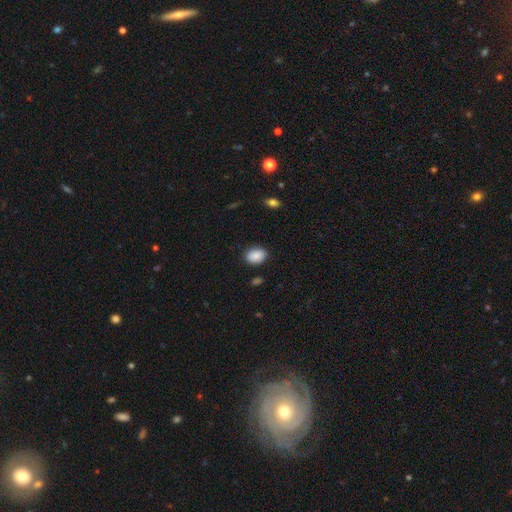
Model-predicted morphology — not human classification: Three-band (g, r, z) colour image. It shows a smooth galaxy with no disk features (88%) that is in between round and cigar-shaped (70%). Merging: none (85%).